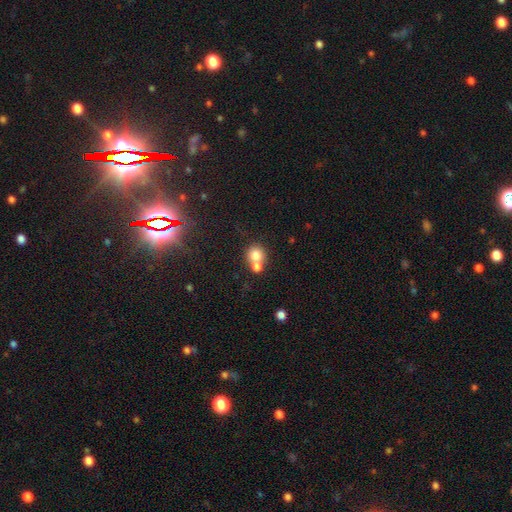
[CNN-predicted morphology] Smooth or featured: smooth — 78% (featured or disk — 11%)
How rounded: round — 85% (in between — 15%)
Merging: merger — 50% (none — 40%)